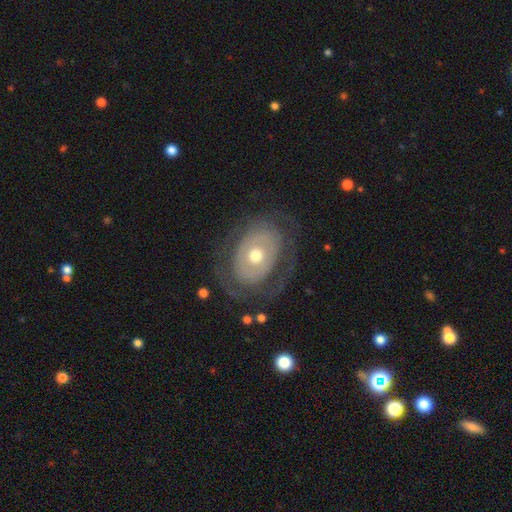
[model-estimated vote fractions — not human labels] Smooth or featured?
  - featured or disk: 68% *
  - smooth: 27%
  - star or artifact: 6%
Edge-on disk?
  - no: 94% *
  - yes: 6%
Bar?
  - no: 86% *
  - weak: 10%
  - strong: 4%
Spiral arms?
  - no: 59% *
  - yes: 41%
Bulge size?
  - moderate: 66% *
  - small: 26%
  - large: 6%
  - dominant: 1%
  - none: 1%
Merging?
  - none: 70% *
  - minor disturbance: 15%
  - major disturbance: 13%
  - merger: 1%